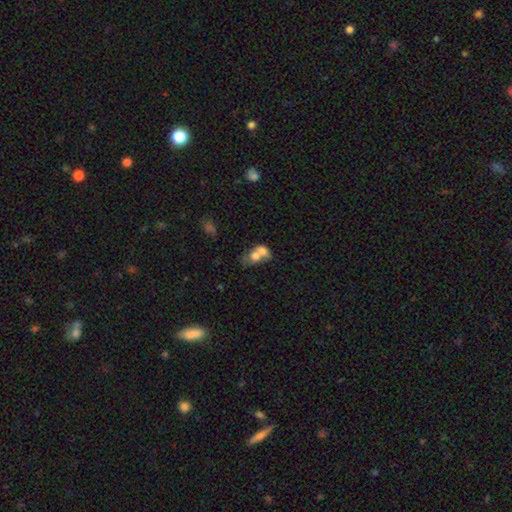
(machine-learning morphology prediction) Smooth or featured? smooth (66%)
How rounded? in between (58%)
Merging? merger (75%)